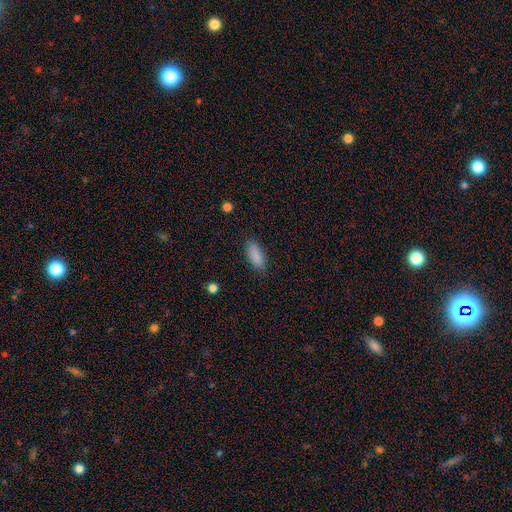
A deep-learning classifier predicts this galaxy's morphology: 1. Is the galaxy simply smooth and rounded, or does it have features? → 88% smooth, 8% star or artifact, 5% featured or disk.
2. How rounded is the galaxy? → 83% in between, 14% cigar-shaped, 2% round.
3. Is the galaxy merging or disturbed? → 82% none, 14% minor disturbance, 3% major disturbance, 1% merger.